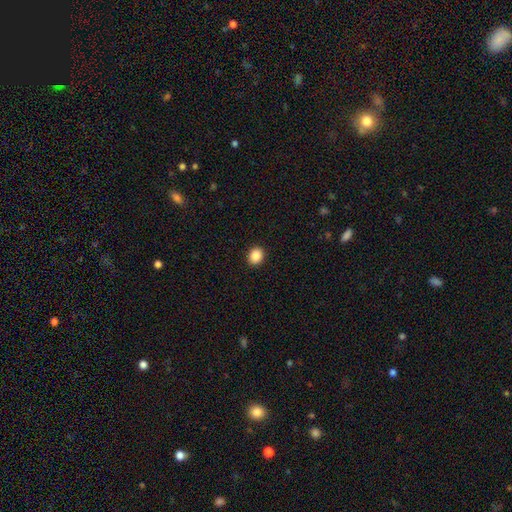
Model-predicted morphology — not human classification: Smooth or featured? Predicted: smooth (p=0.88). How rounded? Predicted: round (p=0.60). Merging? Predicted: none (p=0.92).